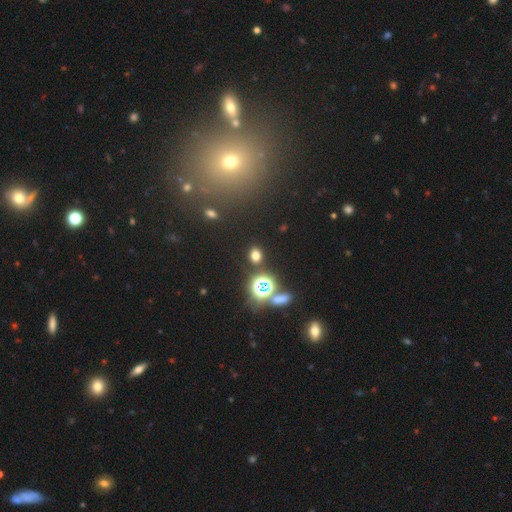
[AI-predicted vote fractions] Smooth or featured?
  - smooth: 62% *
  - star or artifact: 31%
  - featured or disk: 7%
How rounded?
  - round: 62% *
  - in between: 36%
  - cigar-shaped: 2%
Merging?
  - none: 84% *
  - minor disturbance: 7%
  - merger: 5%
  - major disturbance: 3%